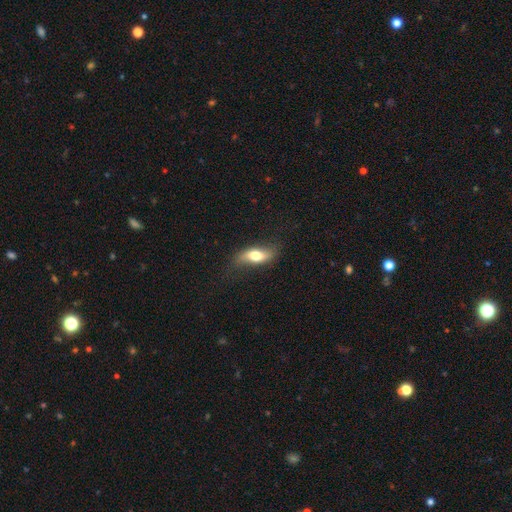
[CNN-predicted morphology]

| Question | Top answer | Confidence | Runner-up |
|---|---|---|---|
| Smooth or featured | smooth | 53% | featured or disk (40%) |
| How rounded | in between | 70% | cigar-shaped (25%) |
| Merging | none | 70% | minor disturbance (21%) |